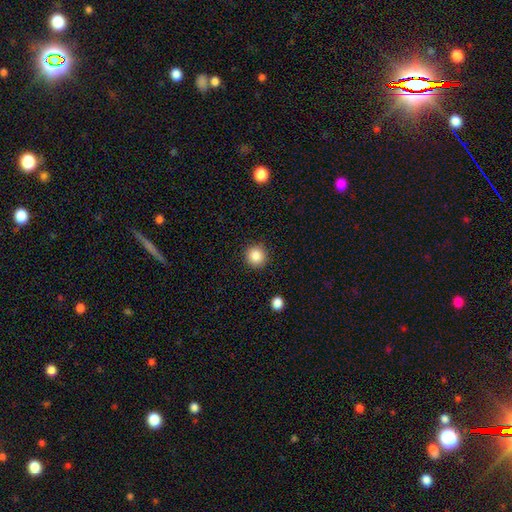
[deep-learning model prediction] smooth 86%, star or artifact 10%, featured or disk 4%. Down the decision tree: how rounded — round (94%); merging — none (90%).